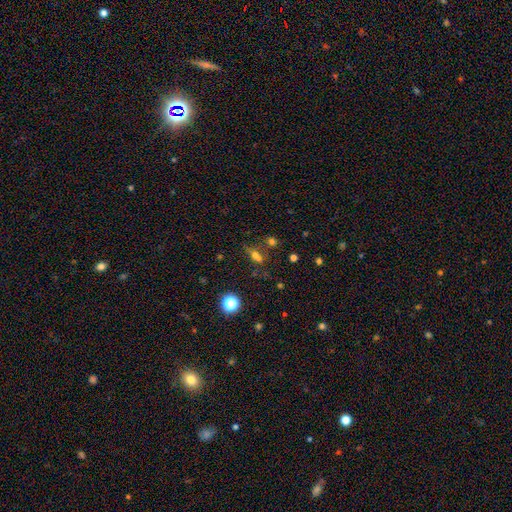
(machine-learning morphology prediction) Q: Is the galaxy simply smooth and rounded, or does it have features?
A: smooth — 59%.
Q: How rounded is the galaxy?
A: in between — 48%.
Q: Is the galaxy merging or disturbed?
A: none — 47%.